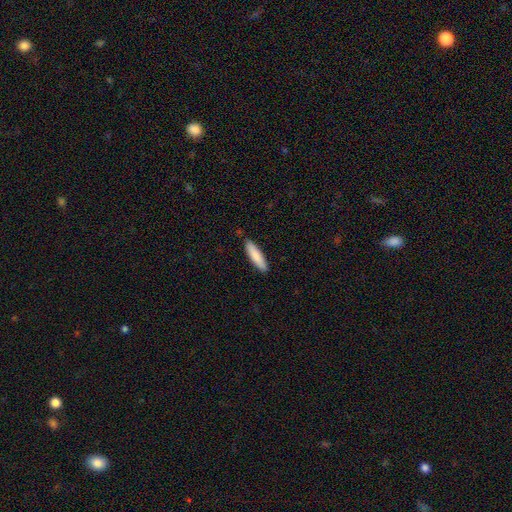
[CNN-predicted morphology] Smooth or featured? Predicted: smooth (p=0.85). How rounded? Predicted: cigar-shaped (p=0.74). Merging? Predicted: none (p=0.88).